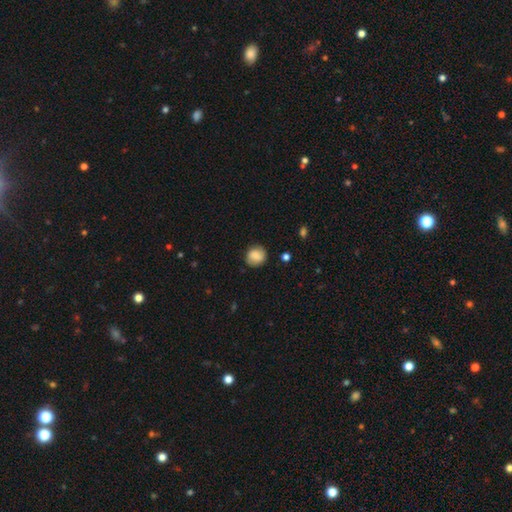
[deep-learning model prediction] Smooth or featured: smooth — 78% (featured or disk — 13%)
How rounded: round — 78% (in between — 21%)
Merging: none — 79% (minor disturbance — 15%)